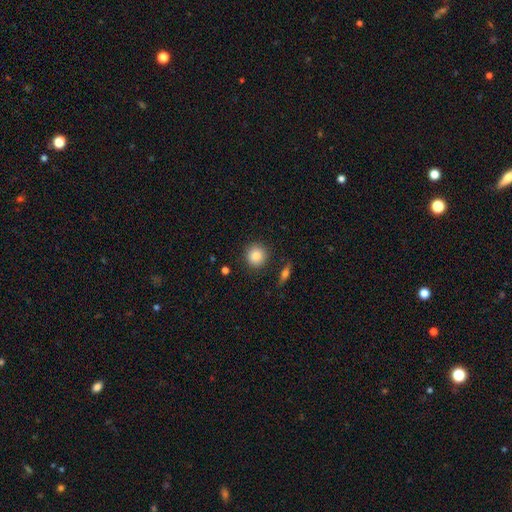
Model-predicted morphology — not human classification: A smooth galaxy with no disk features (85%) that is round (91%).

Vote fractions:
- Smooth or featured? smooth: 85% / star or artifact: 8% / featured or disk: 6%
- How rounded? round: 91% / in between: 8% / cigar-shaped: 1%
- Merging? none: 88% / minor disturbance: 7% / major disturbance: 2% / merger: 2%